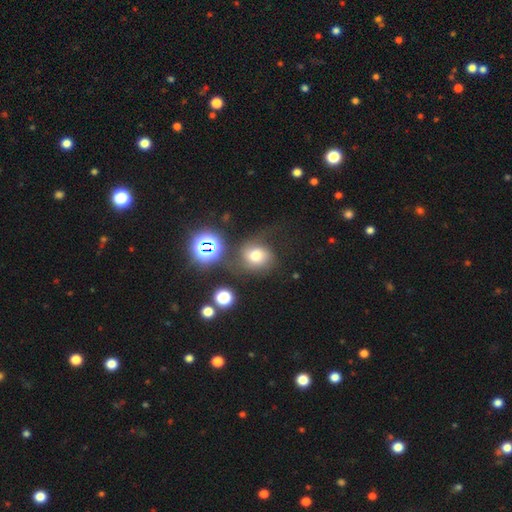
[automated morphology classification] Smooth or featured?
  - smooth: 53% *
  - featured or disk: 27%
  - star or artifact: 19%
How rounded?
  - round: 71% *
  - in between: 28%
  - cigar-shaped: 1%
Merging?
  - none: 48% *
  - major disturbance: 22%
  - minor disturbance: 21%
  - merger: 9%